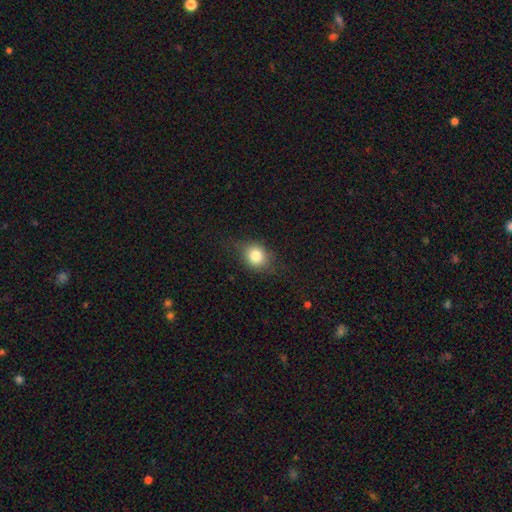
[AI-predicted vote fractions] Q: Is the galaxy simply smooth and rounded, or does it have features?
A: smooth — 79%.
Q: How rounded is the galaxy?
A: round — 59%.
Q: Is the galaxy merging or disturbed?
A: none — 73%.